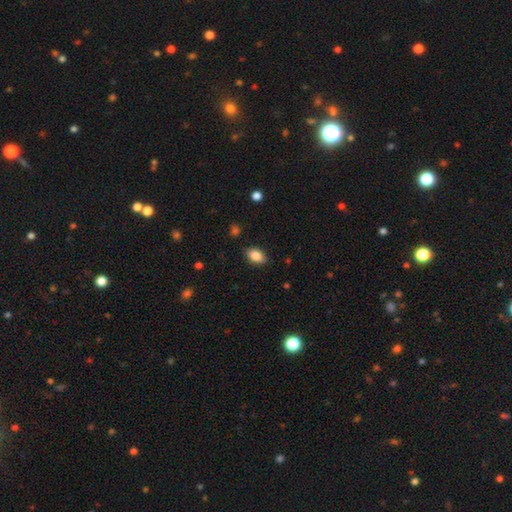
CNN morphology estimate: A smooth galaxy with no disk features (86%) that is in between round and cigar-shaped (89%).

Vote fractions:
- Smooth or featured? smooth: 86% / star or artifact: 8% / featured or disk: 6%
- How rounded? in between: 89% / round: 9% / cigar-shaped: 2%
- Merging? none: 87% / minor disturbance: 10% / major disturbance: 2% / merger: 1%